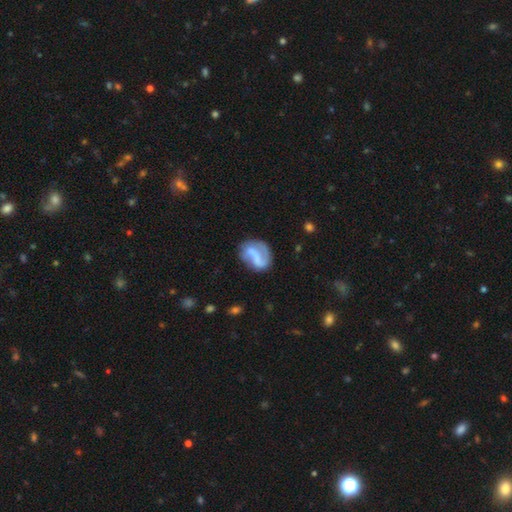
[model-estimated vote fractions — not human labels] A featured or disk galaxy (63%) with a weak bar (37%), spiral arms (78%) and no central bulge (54%). Merging: none (55%).